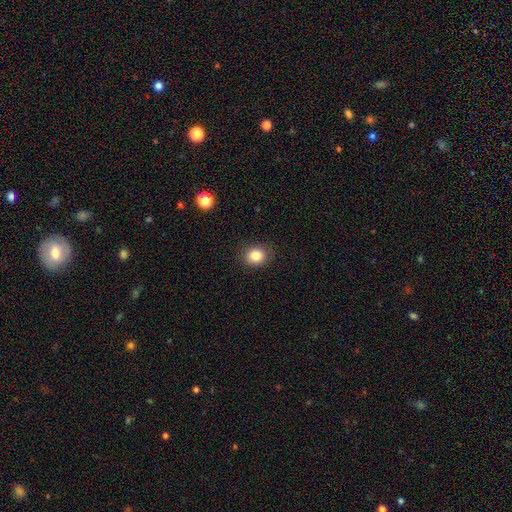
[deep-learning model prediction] Morphology: type=smooth (84%); roundness=round (65%); merging=none (87%).